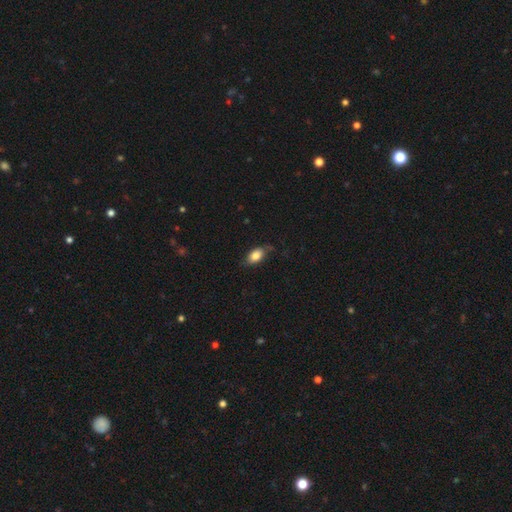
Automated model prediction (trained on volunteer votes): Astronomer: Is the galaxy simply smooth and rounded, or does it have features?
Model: smooth — 82%.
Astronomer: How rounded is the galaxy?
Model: in between — 88%.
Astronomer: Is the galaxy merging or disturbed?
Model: none — 73%.